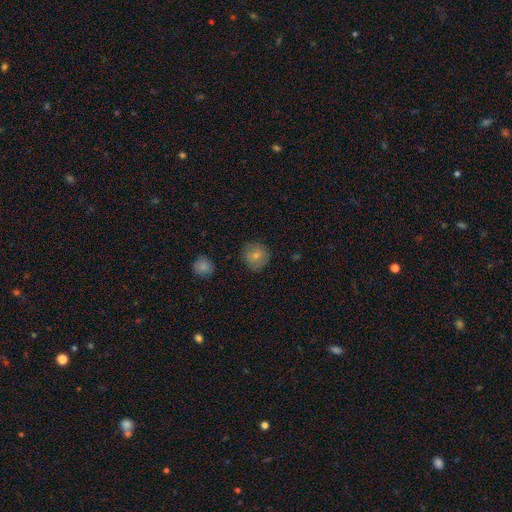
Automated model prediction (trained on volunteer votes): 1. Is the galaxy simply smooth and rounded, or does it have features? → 78% smooth, 13% featured or disk, 9% star or artifact.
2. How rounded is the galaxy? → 91% round, 8% in between, 1% cigar-shaped.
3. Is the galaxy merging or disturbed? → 86% none, 10% minor disturbance, 2% major disturbance, 1% merger.